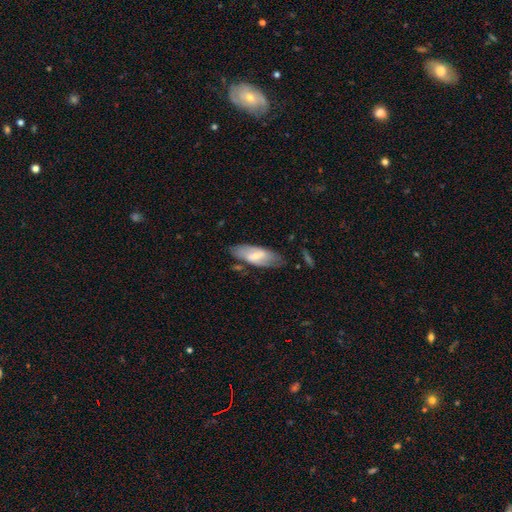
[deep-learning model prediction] Smooth or featured: smooth — 50% (featured or disk — 44%)
Merging: none — 70% (minor disturbance — 20%)